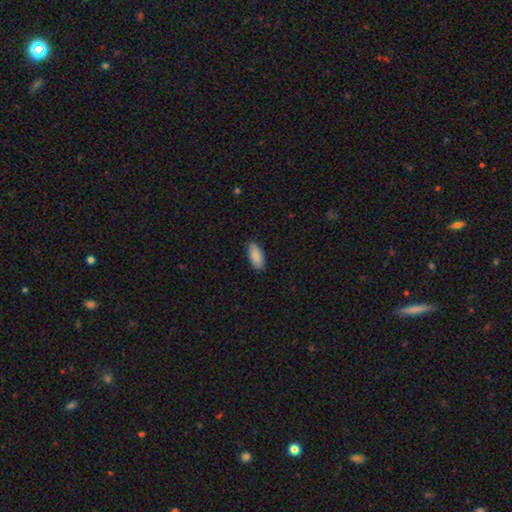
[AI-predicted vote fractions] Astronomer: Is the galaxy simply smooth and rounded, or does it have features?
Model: smooth — 90%.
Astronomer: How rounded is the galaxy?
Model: in between — 86%.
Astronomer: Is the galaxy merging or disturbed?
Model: none — 88%.